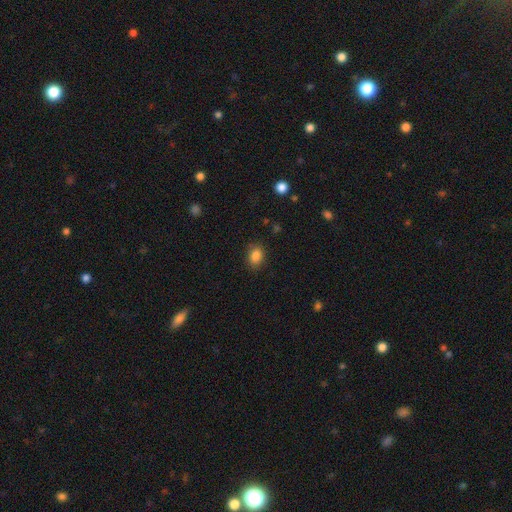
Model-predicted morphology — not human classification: Smooth or featured: smooth — 85% (star or artifact — 10%)
How rounded: in between — 67% (round — 31%)
Merging: none — 83% (minor disturbance — 12%)